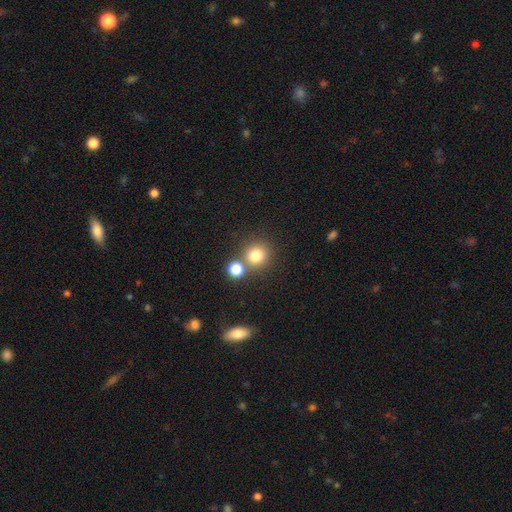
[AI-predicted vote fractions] This appears to be a smooth galaxy with no disk features (79%) that is round (91%). Merging: none (66%).